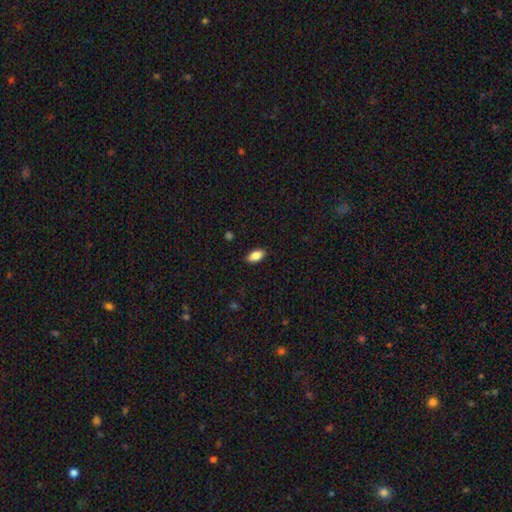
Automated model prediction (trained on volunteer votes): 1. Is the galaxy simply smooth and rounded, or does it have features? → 87% smooth, 7% star or artifact, 6% featured or disk.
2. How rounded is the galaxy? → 91% in between, 5% cigar-shaped, 3% round.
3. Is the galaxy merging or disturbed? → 88% none, 9% minor disturbance, 2% major disturbance, 1% merger.